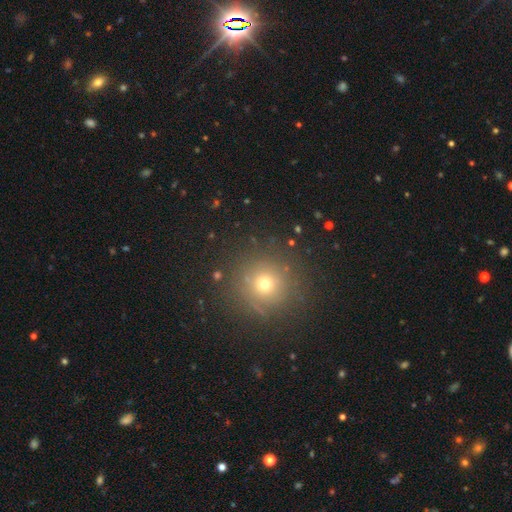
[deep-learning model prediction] smooth_or_featured: smooth (p=0.60) [alt: star or artifact p=0.31]
how_rounded: round (p=0.95) [alt: in between p=0.04]
merging: none (p=0.89) [alt: minor disturbance p=0.06]